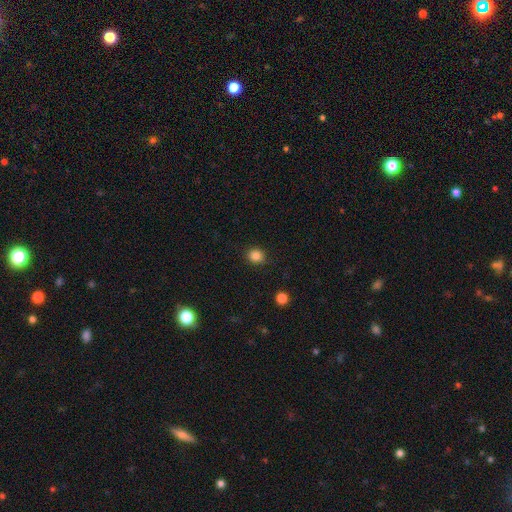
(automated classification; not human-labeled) Q: Smooth or featured?
A: smooth (85%); runner-up: star or artifact (11%)
Q: How rounded?
A: round (82%); runner-up: in between (17%)
Q: Merging?
A: none (89%); runner-up: minor disturbance (7%)